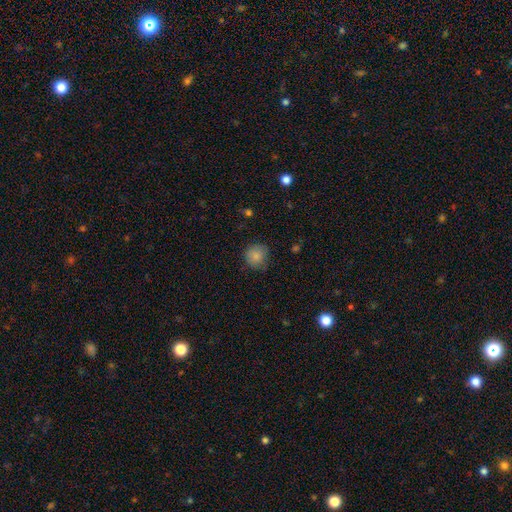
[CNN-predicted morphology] This is clearly a smooth galaxy (84%). How rounded: clearly round (88%). Merging: likely none (76%).